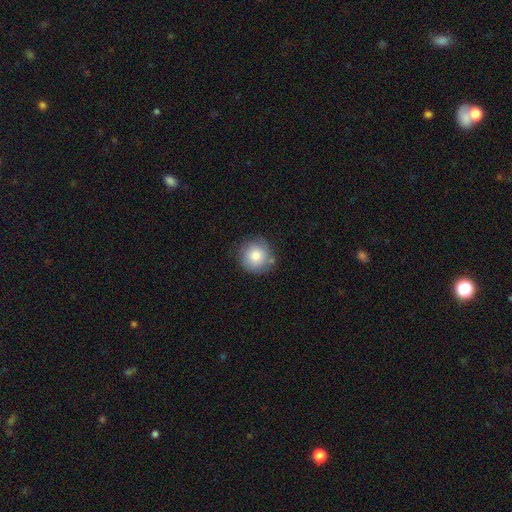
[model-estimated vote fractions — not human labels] Smooth or featured? smooth (80%)
How rounded? round (94%)
Merging? none (78%)